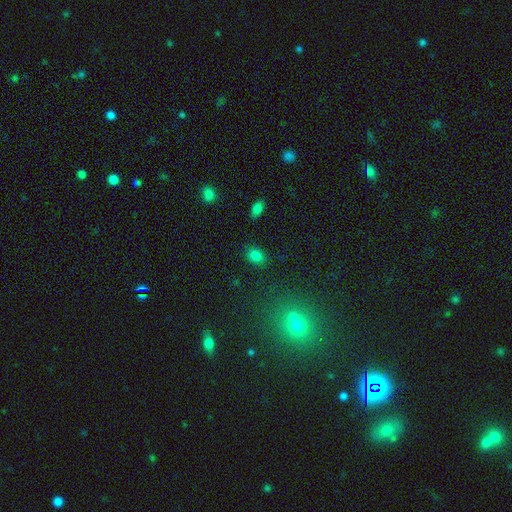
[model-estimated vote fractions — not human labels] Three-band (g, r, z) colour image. It shows a smooth galaxy with no disk features (81%) that is in between round and cigar-shaped (60%). Merging: none (85%).